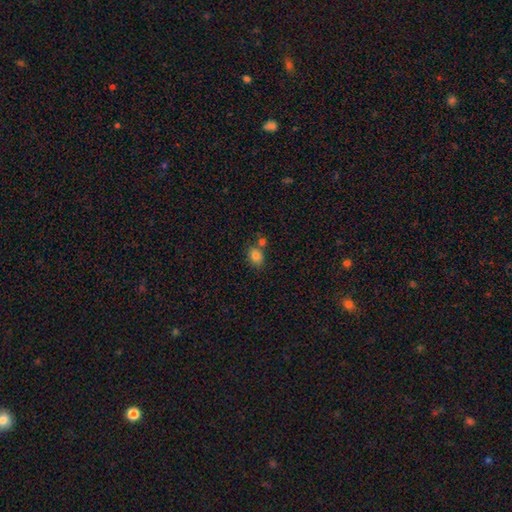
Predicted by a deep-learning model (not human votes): Smooth or featured?
  - smooth: 83% *
  - star or artifact: 10%
  - featured or disk: 7%
How rounded?
  - in between: 55% *
  - round: 44%
  - cigar-shaped: 1%
Merging?
  - none: 60% *
  - merger: 23%
  - minor disturbance: 13%
  - major disturbance: 4%